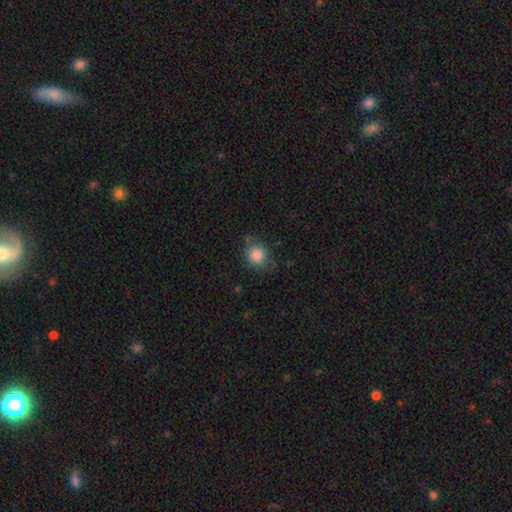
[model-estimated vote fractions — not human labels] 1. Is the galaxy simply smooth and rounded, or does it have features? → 86% smooth, 9% star or artifact, 5% featured or disk.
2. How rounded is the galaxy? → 86% round, 13% in between, 1% cigar-shaped.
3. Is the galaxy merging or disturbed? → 76% none, 17% minor disturbance, 5% major disturbance, 3% merger.